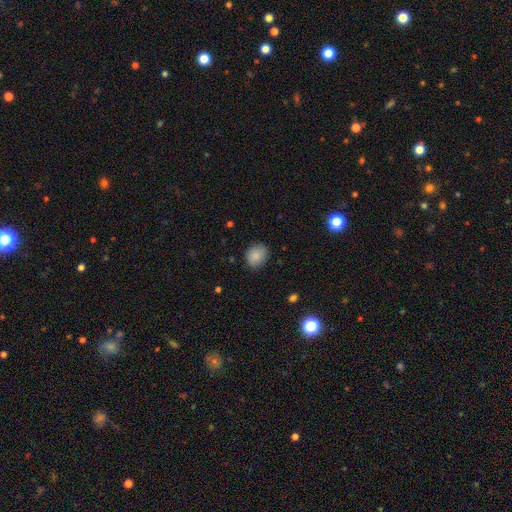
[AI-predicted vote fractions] Smooth or featured: smooth — 87% (star or artifact — 9%)
How rounded: round — 69% (in between — 30%)
Merging: none — 83% (minor disturbance — 13%)